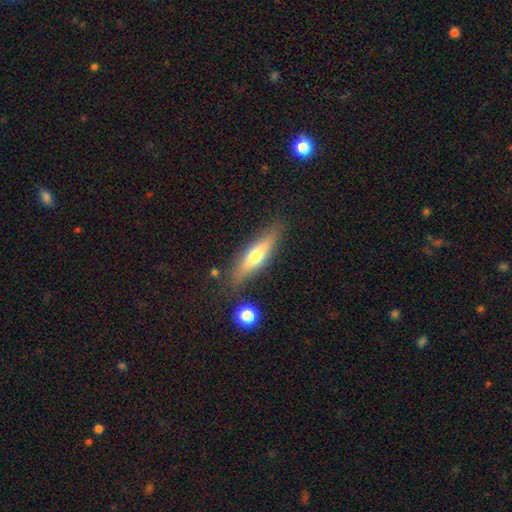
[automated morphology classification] smooth-or-featured: smooth: 51% | featured or disk: 42% | star or artifact: 7%
  how-rounded: cigar-shaped: 72% | in between: 26% | round: 2%
  merging: none: 82% | minor disturbance: 12% | merger: 3% | major disturbance: 3%